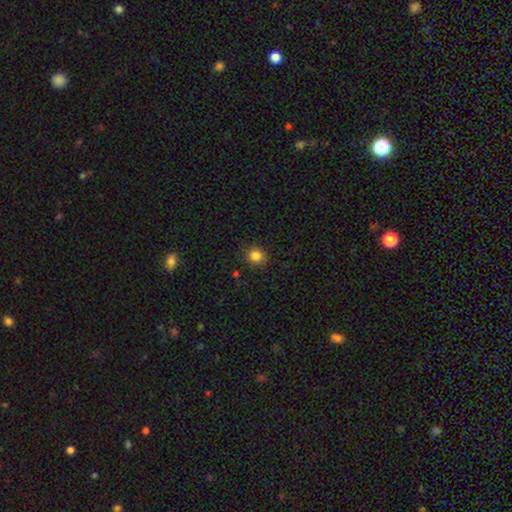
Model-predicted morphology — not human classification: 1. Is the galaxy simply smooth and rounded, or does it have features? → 84% smooth, 12% star or artifact, 4% featured or disk.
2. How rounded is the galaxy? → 83% round, 16% in between, 1% cigar-shaped.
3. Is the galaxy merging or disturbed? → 88% none, 9% minor disturbance, 2% major disturbance, 1% merger.